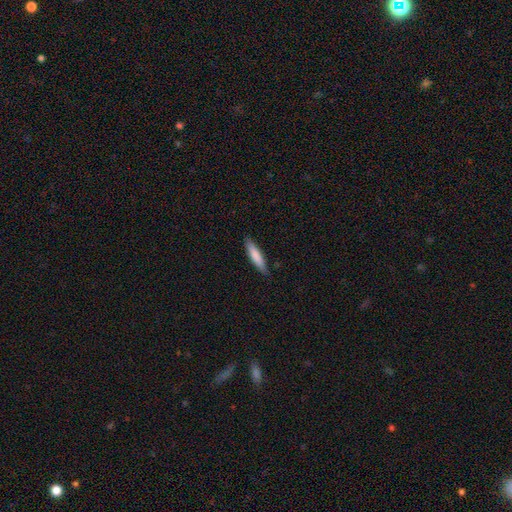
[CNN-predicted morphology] type=smooth (79%); roundness=cigar-shaped (83%); merging=none (86%).